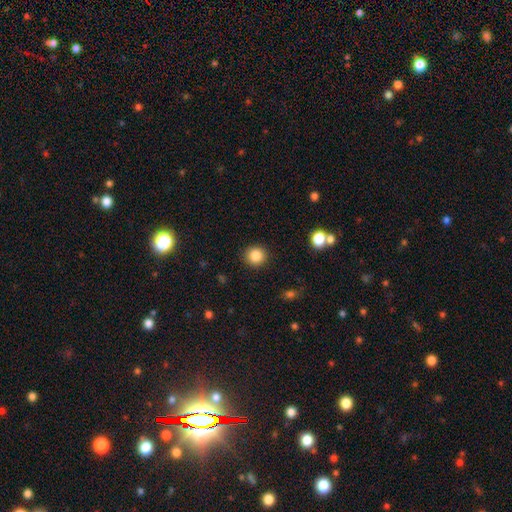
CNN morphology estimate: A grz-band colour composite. It shows a smooth galaxy with no disk features (85%) that is round (91%). Merging: none (90%).